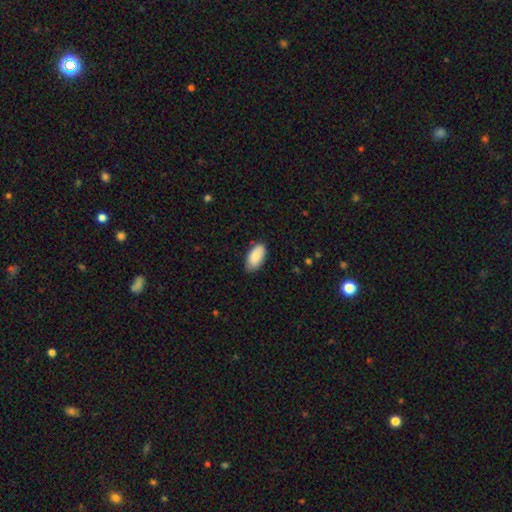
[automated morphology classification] Smooth or featured: smooth — 88% (star or artifact — 6%)
How rounded: in between — 95% (cigar-shaped — 3%)
Merging: none — 80% (minor disturbance — 17%)